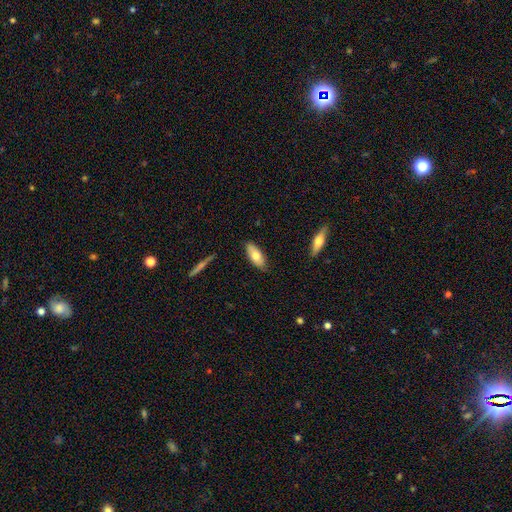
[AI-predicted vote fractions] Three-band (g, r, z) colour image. It shows a smooth galaxy with no disk features (70%) that is in between round and cigar-shaped (82%). Merging: none (83%).